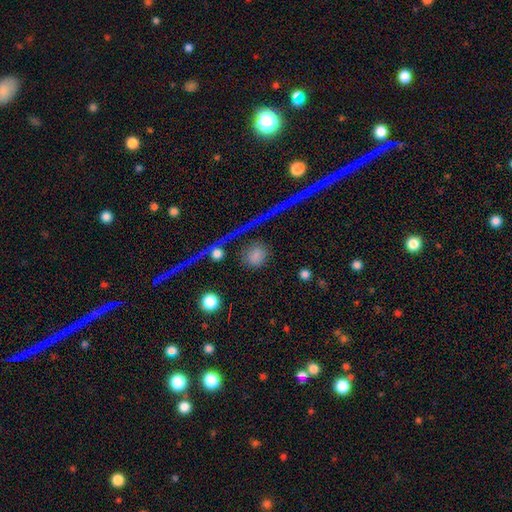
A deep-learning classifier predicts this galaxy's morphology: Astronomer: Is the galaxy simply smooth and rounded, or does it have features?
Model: smooth — 75%.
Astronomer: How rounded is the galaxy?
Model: round — 85%.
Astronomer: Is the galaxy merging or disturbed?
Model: none — 76%.